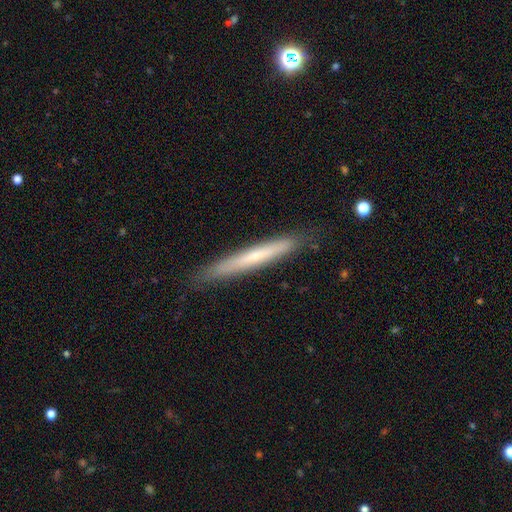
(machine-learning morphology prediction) smooth-or-featured: smooth: 51% | featured or disk: 43% | star or artifact: 6%
  how-rounded: cigar-shaped: 96% | in between: 3% | round: 1%
  merging: none: 87% | minor disturbance: 10% | major disturbance: 2% | merger: 1%